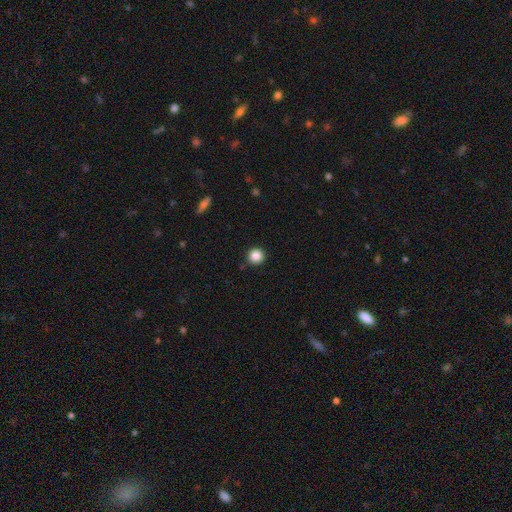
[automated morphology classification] The model was most divided on "smooth or featured": smooth: 86%, star or artifact: 10%, featured or disk: 4%. More confident: how rounded — round (95%); merging — none (91%).